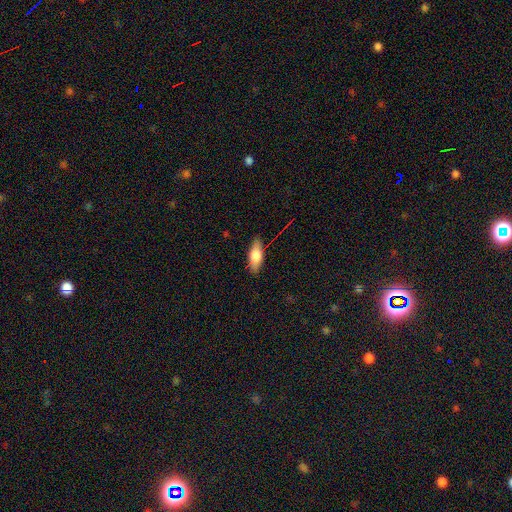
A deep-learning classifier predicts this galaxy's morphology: smooth-or-featured: smooth: 68% | featured or disk: 25% | star or artifact: 7%
  how-rounded: in between: 75% | cigar-shaped: 21% | round: 3%
  merging: none: 85% | minor disturbance: 11% | major disturbance: 2% | merger: 1%